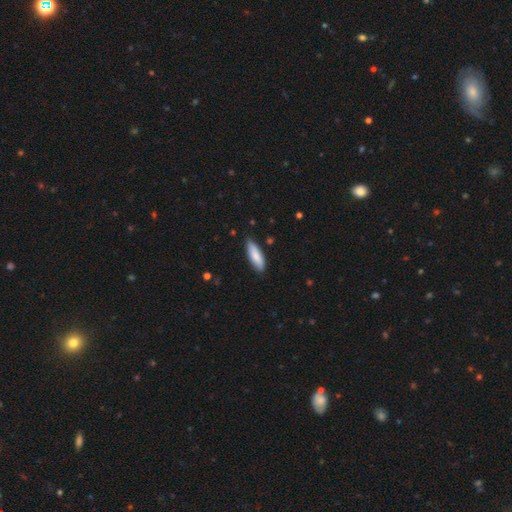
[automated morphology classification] Smooth or featured? Predicted: smooth (p=0.82). How rounded? Predicted: in between (p=0.54). Merging? Predicted: none (p=0.82).